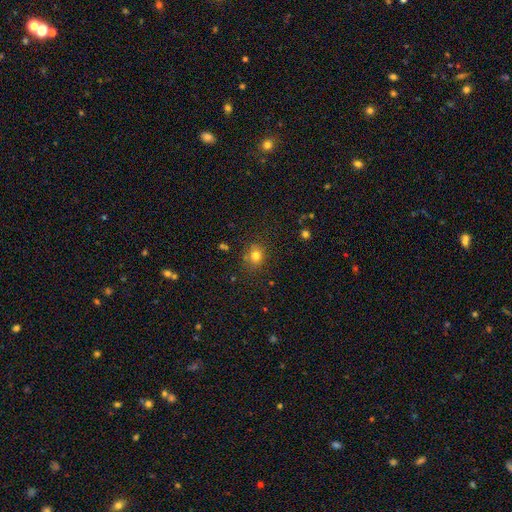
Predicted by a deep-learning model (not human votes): Smooth or featured? Predicted: smooth (p=0.78). How rounded? Predicted: round (p=0.67). Merging? Predicted: none (p=0.80).